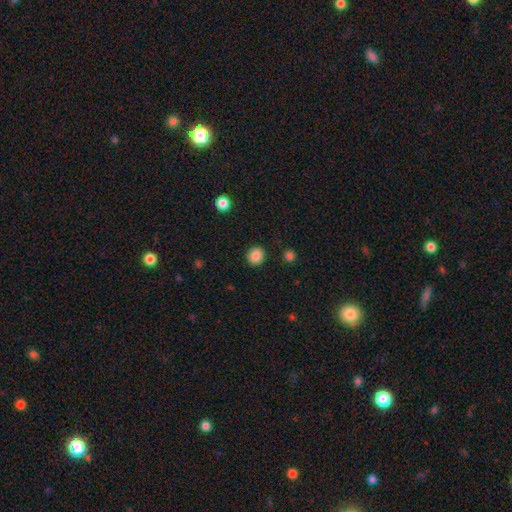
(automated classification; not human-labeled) A smooth galaxy with no disk features (87%) that is round (85%).

Vote fractions:
- Smooth or featured? smooth: 87% / star or artifact: 10% / featured or disk: 4%
- How rounded? round: 85% / in between: 14% / cigar-shaped: 1%
- Merging? none: 91% / minor disturbance: 6% / major disturbance: 2% / merger: 1%